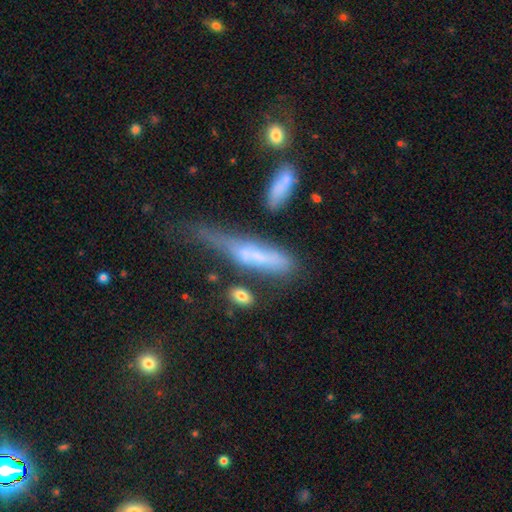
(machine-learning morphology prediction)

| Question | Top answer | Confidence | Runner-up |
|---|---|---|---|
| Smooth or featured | smooth | 51% | featured or disk (39%) |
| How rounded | cigar-shaped | 70% | in between (27%) |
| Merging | major disturbance | 34% | minor disturbance (27%) |